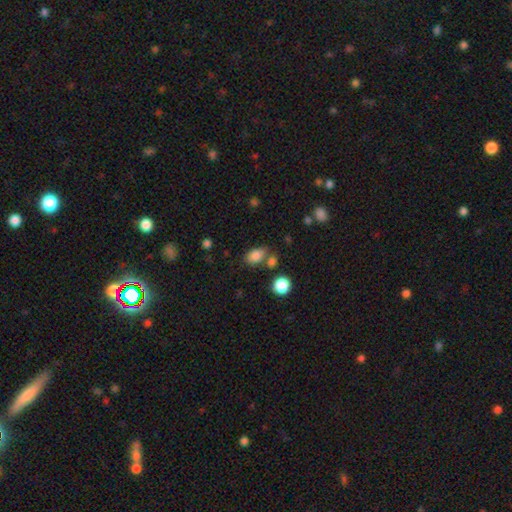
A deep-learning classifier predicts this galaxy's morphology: The model was most divided on "merging": none: 63%, minor disturbance: 16%, merger: 15%, major disturbance: 5%. More confident: smooth or featured — smooth (83%); how rounded — in between (82%).